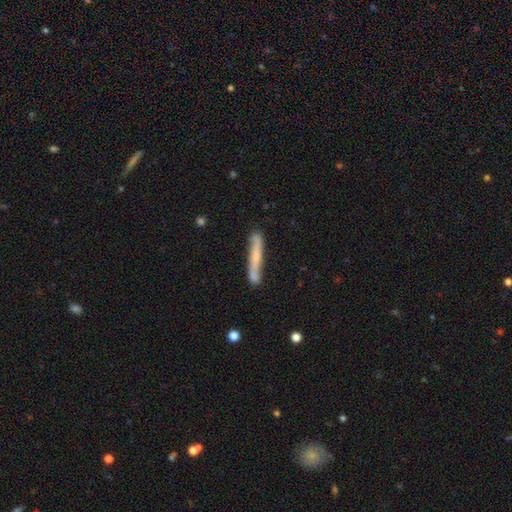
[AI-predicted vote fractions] smooth-or-featured: smooth: 56% | featured or disk: 39% | star or artifact: 6%
  how-rounded: cigar-shaped: 95% | in between: 4% | round: 1%
  merging: none: 72% | minor disturbance: 18% | merger: 6% | major disturbance: 4%